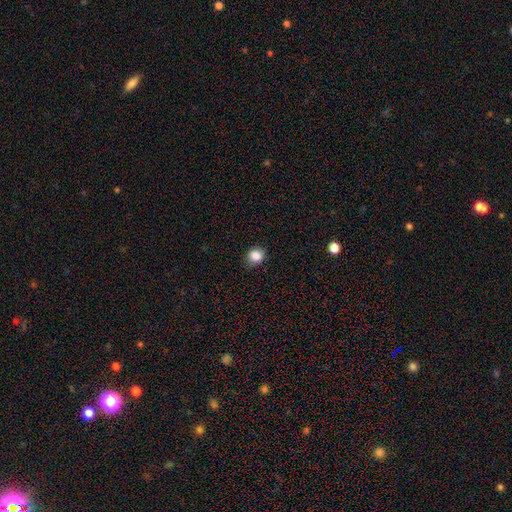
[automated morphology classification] This is clearly a smooth galaxy (85%). How rounded: likely round (70%). Merging: likely none (80%).